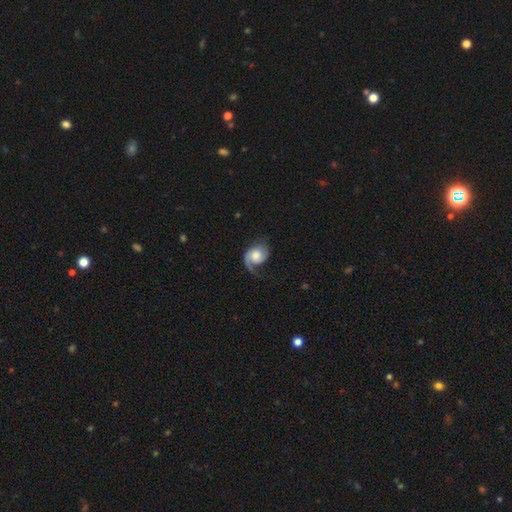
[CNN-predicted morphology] Smooth or featured?
  - featured or disk: 76% *
  - smooth: 18%
  - star or artifact: 6%
Edge-on disk?
  - no: 98% *
  - yes: 2%
Bar?
  - no: 69% *
  - weak: 27%
  - strong: 4%
Spiral arms?
  - yes: 95% *
  - no: 5%
Spiral winding?
  - medium: 42% *
  - loose: 35%
  - tight: 24%
Spiral arm count?
  - 2: 51% *
  - 1: 43%
  - can't tell: 3%
  - 3: 1%
  - 4: 1%
  - more than 4: 1%
Bulge size?
  - moderate: 52% *
  - large: 21%
  - small: 19%
  - none: 5%
  - dominant: 3%
Merging?
  - none: 55% *
  - minor disturbance: 23%
  - major disturbance: 21%
  - merger: 2%